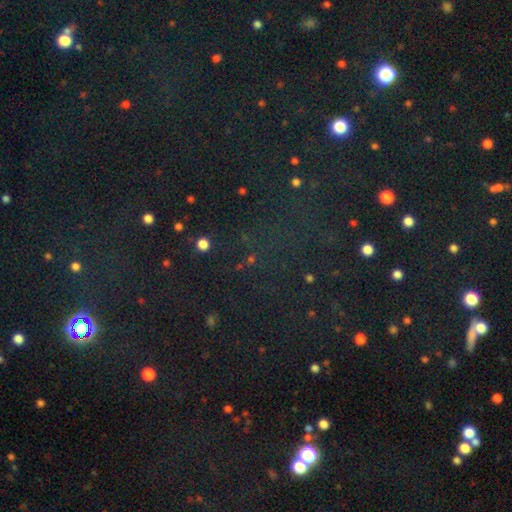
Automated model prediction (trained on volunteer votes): This is likely a star or artifact rather than a galaxy (73%).